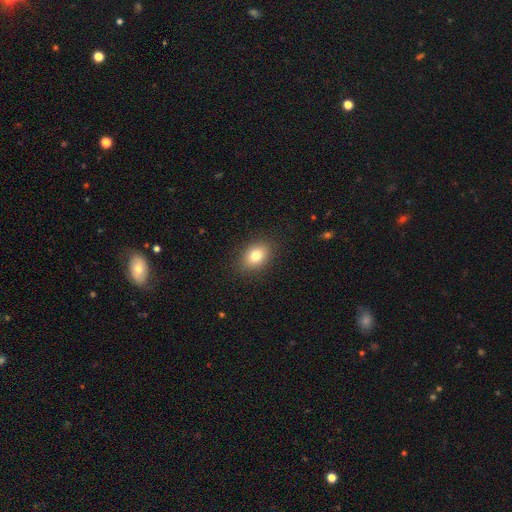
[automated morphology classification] Q: Smooth or featured?
A: smooth (80%); runner-up: star or artifact (10%)
Q: How rounded?
A: in between (68%); runner-up: round (31%)
Q: Merging?
A: none (88%); runner-up: minor disturbance (8%)